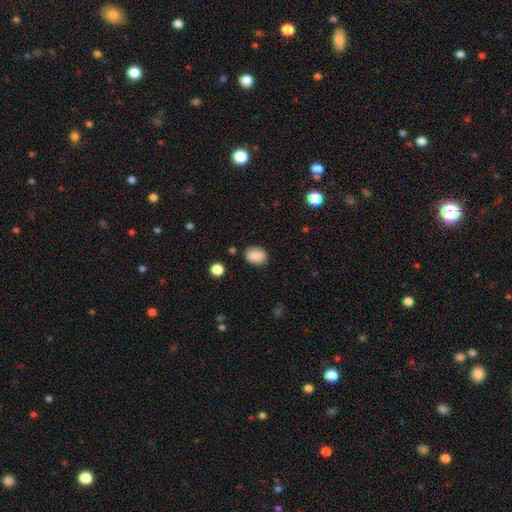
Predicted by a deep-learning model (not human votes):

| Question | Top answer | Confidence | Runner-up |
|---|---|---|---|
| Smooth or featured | smooth | 85% | star or artifact (8%) |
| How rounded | in between | 69% | round (29%) |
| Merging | none | 82% | minor disturbance (13%) |